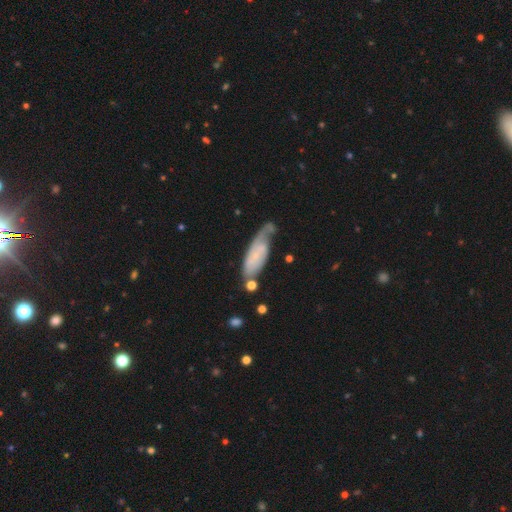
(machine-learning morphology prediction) Q: Smooth or featured?
A: featured or disk (52%); runner-up: smooth (41%)
Q: Edge-on disk?
A: no (84%); runner-up: yes (16%)
Q: Merging?
A: none (39%); runner-up: minor disturbance (31%)